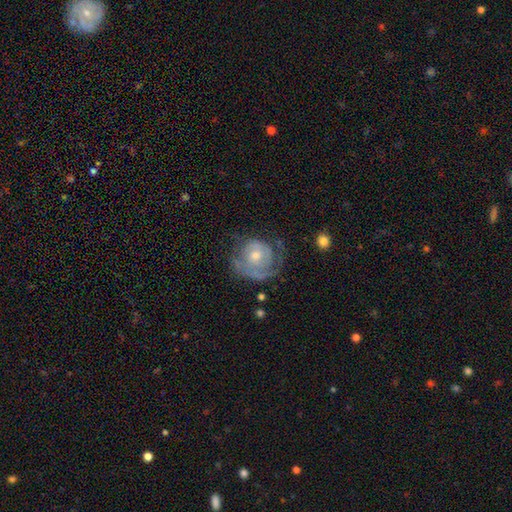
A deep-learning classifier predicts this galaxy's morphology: Smooth or featured? Predicted: featured or disk (p=0.75). Edge-on disk? Predicted: no (p=0.97). Bar? Predicted: no (p=0.79). Spiral arms? Predicted: yes (p=0.85). Spiral winding? Predicted: tight (p=0.64). Spiral arm count? Predicted: 2 (p=0.33). Bulge size? Predicted: moderate (p=0.57). Merging? Predicted: none (p=0.59).